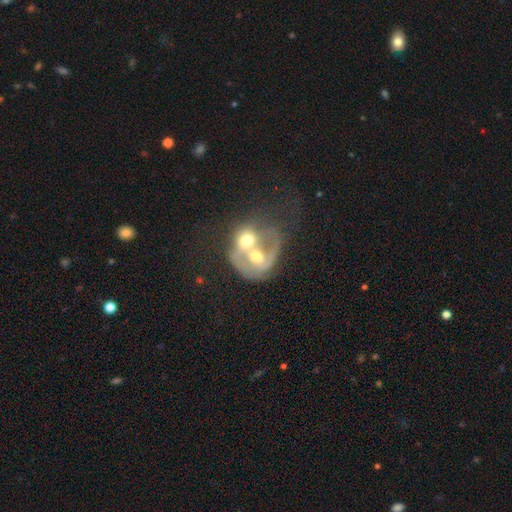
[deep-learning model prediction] featured or disk 63%, smooth 30%, star or artifact 7%. Down the decision tree: edge-on disk — no (97%); bar — no (71%); spiral arms — no (54%); bulge size — moderate (68%); merging — merger (80%).